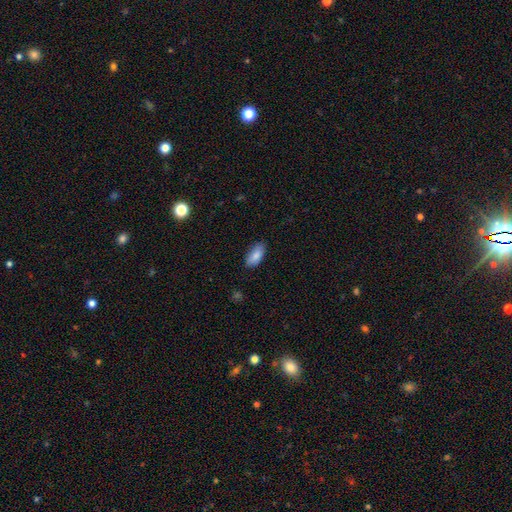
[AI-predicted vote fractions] Overall: smooth (86%). How rounded: in between (90%). Merging: none (81%).